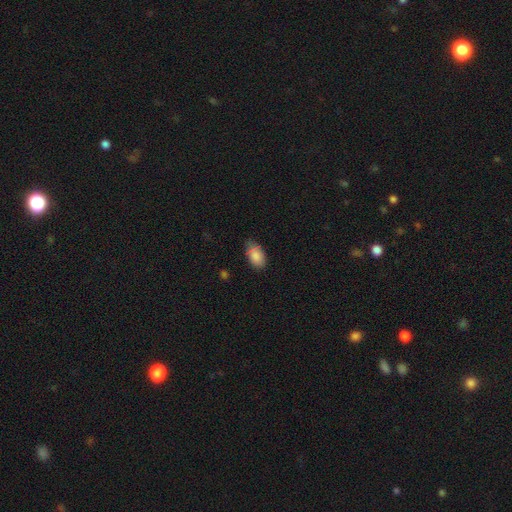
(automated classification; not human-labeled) A smooth galaxy with no disk features (85%) that is in between round and cigar-shaped (92%). Merging: none (68%).